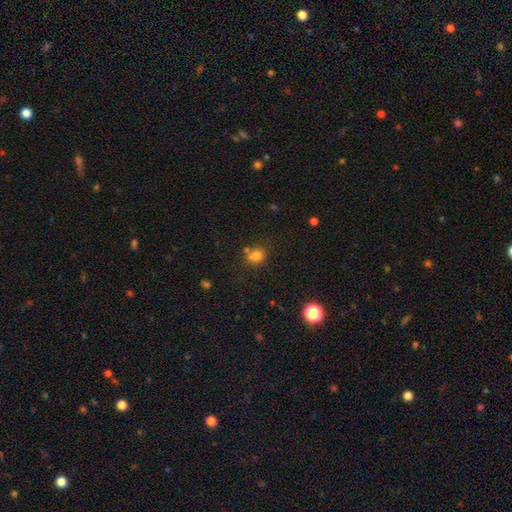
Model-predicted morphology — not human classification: smooth 76%, star or artifact 16%, featured or disk 9%. Down the decision tree: how rounded — round (64%); merging — none (57%).